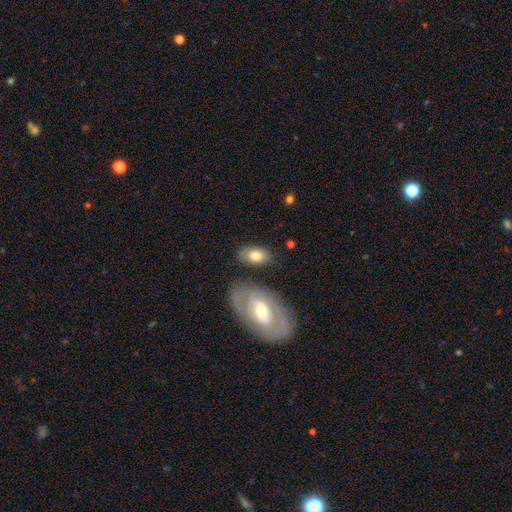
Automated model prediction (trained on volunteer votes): The model was most divided on "smooth or featured": smooth: 71%, featured or disk: 23%, star or artifact: 6%. More confident: how rounded — in between (90%); merging — none (70%).